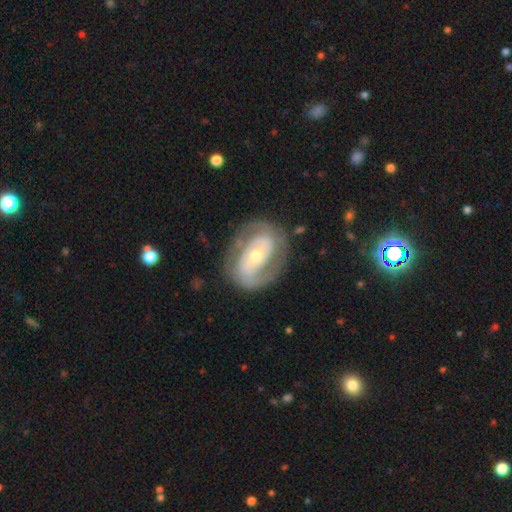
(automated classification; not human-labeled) This appears to be a featured or disk galaxy (80%) with no bar (47%), 2 (73%) tight (50%) spiral arms (80%) and a small central bulge (48%). Merging: none (75%).